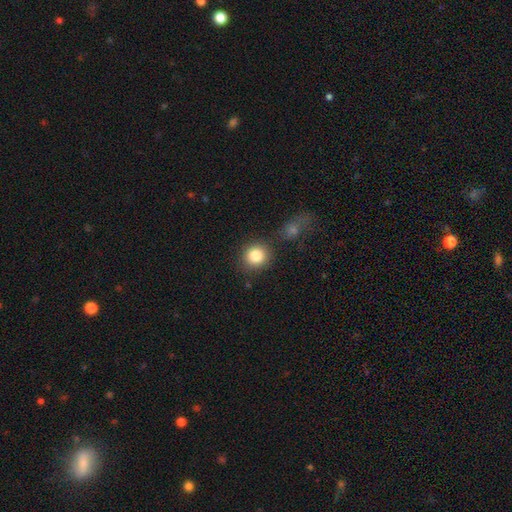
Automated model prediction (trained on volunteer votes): This is clearly a smooth galaxy (84%). How rounded: clearly round (87%). Merging: likely none (79%).